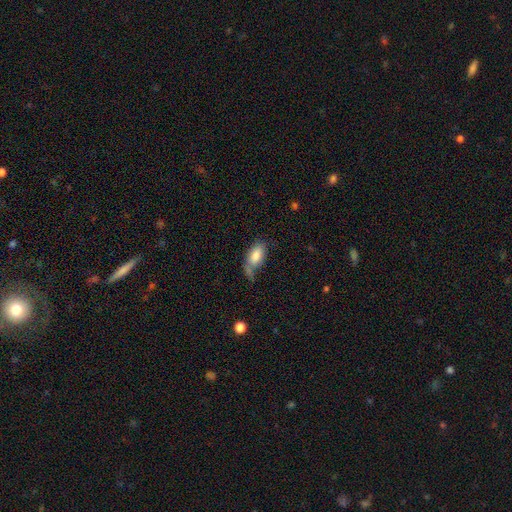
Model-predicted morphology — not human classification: Smooth or featured?
  - smooth: 78% *
  - featured or disk: 16%
  - star or artifact: 7%
How rounded?
  - in between: 90% *
  - cigar-shaped: 7%
  - round: 3%
Merging?
  - none: 39% *
  - minor disturbance: 30%
  - major disturbance: 22%
  - merger: 9%